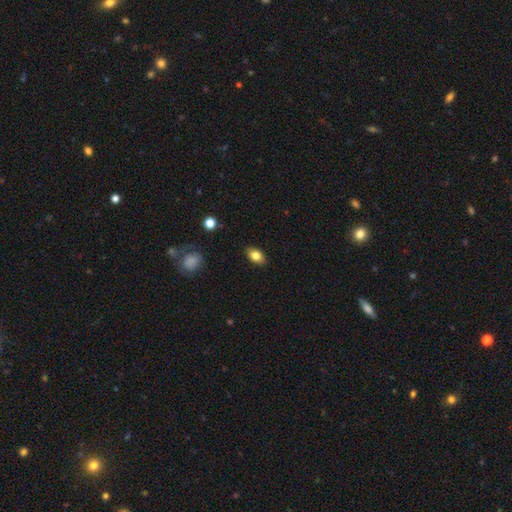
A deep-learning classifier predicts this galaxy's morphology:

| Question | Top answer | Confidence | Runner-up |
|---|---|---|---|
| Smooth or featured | smooth | 81% | featured or disk (11%) |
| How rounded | in between | 86% | round (12%) |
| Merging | none | 88% | minor disturbance (9%) |